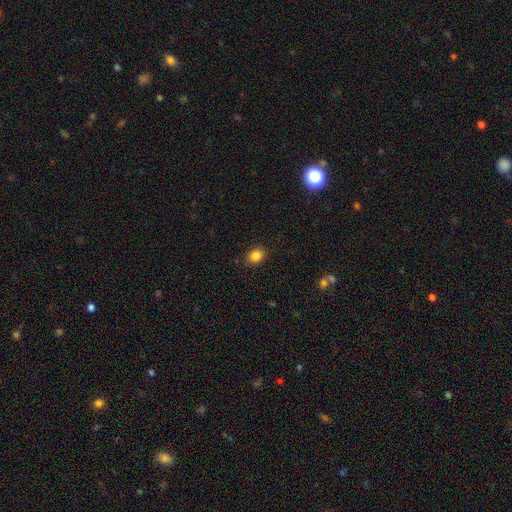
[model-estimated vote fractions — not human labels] smooth 85%, star or artifact 10%, featured or disk 5%. Down the decision tree: how rounded — in between (50%); merging — none (87%).